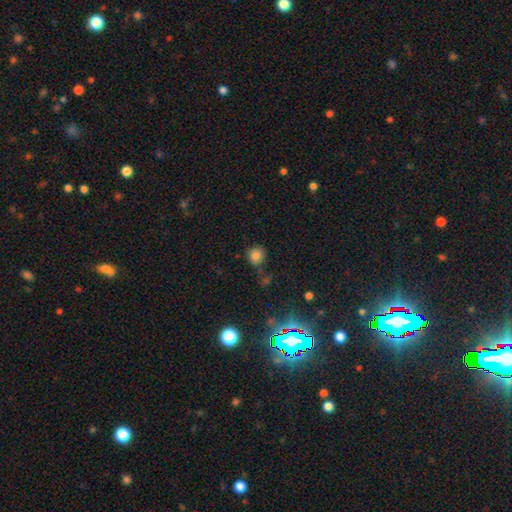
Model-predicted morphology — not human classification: Smooth or featured? Predicted: smooth (p=0.78). How rounded? Predicted: round (p=0.85). Merging? Predicted: none (p=0.74).